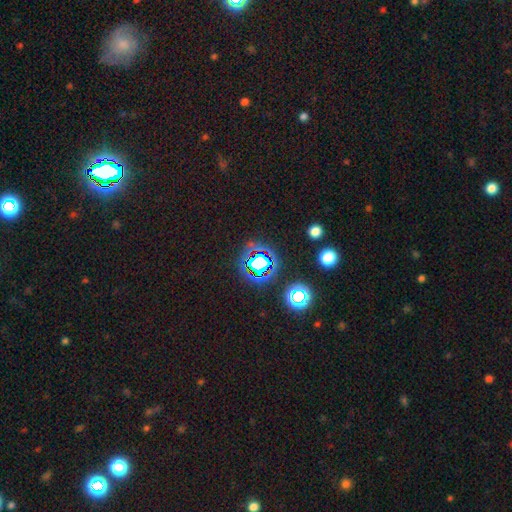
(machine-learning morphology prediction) Q: Smooth or featured?
A: star or artifact (75%); runner-up: smooth (17%)